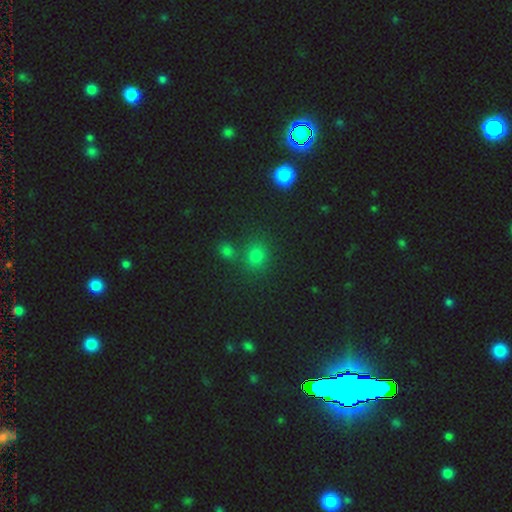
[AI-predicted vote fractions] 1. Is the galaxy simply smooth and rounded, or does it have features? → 73% smooth, 21% star or artifact, 6% featured or disk.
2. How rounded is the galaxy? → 78% round, 21% in between, 1% cigar-shaped.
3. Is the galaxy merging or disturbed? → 72% none, 16% merger, 9% minor disturbance, 3% major disturbance.